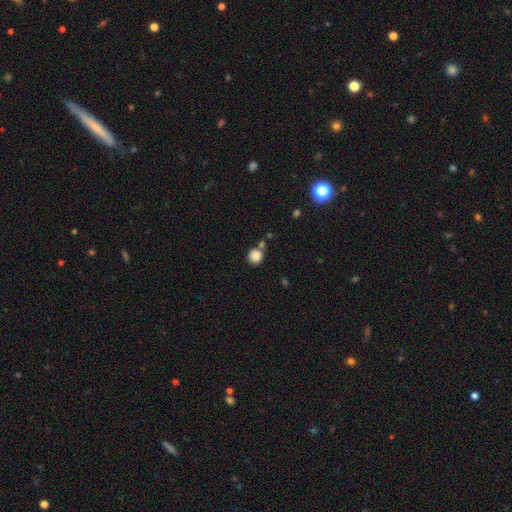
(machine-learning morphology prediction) This appears to be a smooth galaxy with no disk features (85%) that is round (90%). Merging: none (65%).